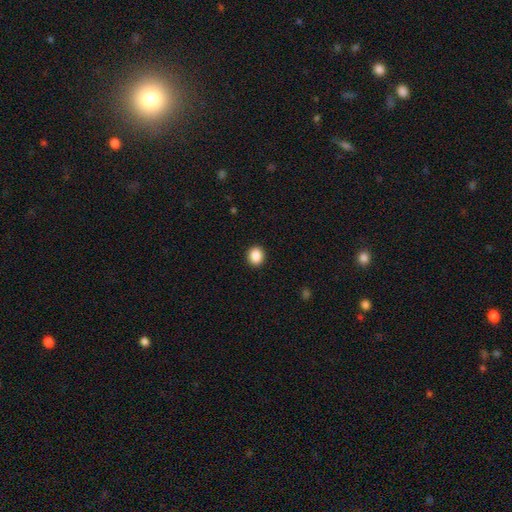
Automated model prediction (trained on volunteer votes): Smooth or featured?
  - smooth: 88% *
  - star or artifact: 9%
  - featured or disk: 3%
How rounded?
  - round: 72% *
  - in between: 27%
  - cigar-shaped: 1%
Merging?
  - none: 92% *
  - minor disturbance: 5%
  - major disturbance: 2%
  - merger: 1%